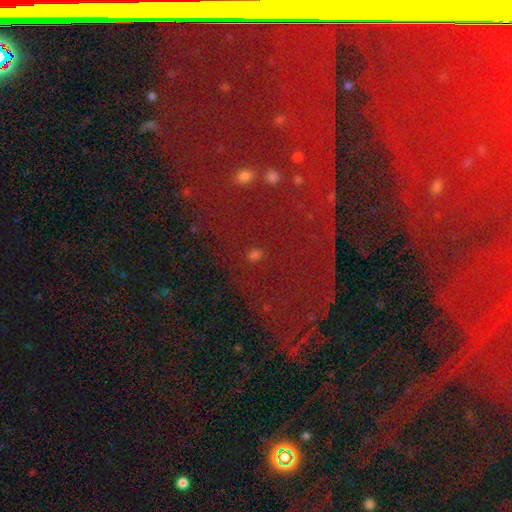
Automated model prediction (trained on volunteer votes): A star or artifact, not a galaxy (78%).

Vote fractions:
- Smooth or featured? star or artifact: 78% / featured or disk: 11% / smooth: 11%